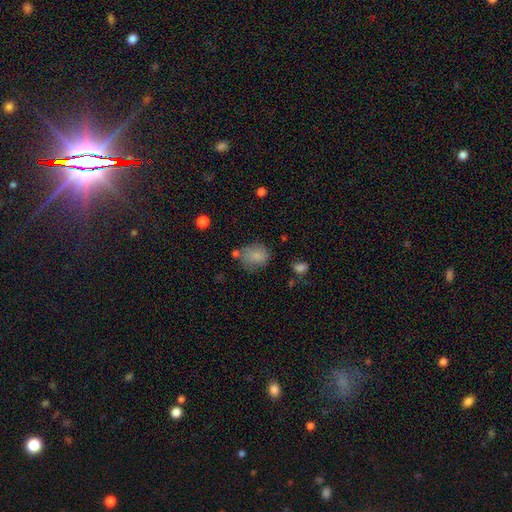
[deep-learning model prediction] Morphology: type=smooth (80%); roundness=round (61%); merging=none (54%).